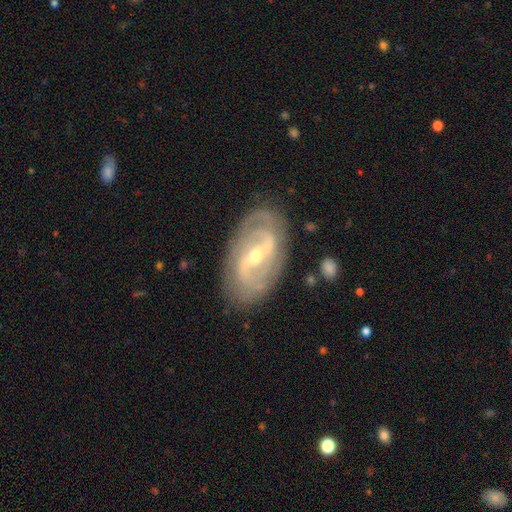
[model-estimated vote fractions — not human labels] A featured or disk galaxy (86%) with a strong bar (48%), 2 (68%) tight (44%) spiral arms (91%) and a moderate central bulge (53%). Merging: none (80%).